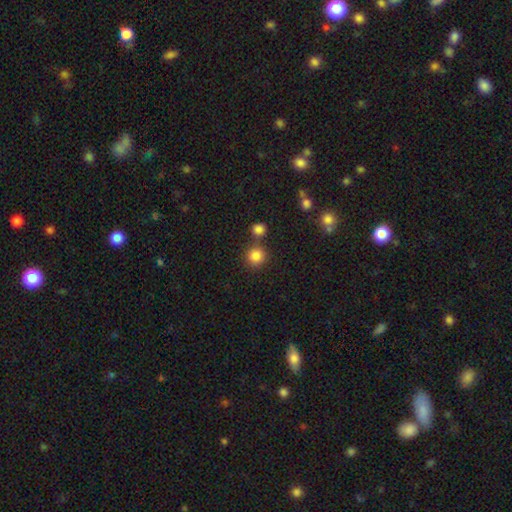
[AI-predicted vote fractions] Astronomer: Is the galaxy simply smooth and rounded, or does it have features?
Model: smooth — 83%.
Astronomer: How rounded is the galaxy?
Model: round — 92%.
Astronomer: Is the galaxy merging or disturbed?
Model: none — 73%.